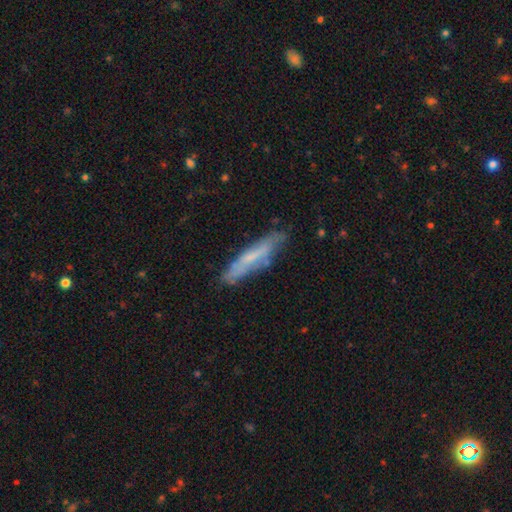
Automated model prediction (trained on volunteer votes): smooth 46% (tied), featured or disk 46% (tied), star or artifact 8%. Down the decision tree: merging — none (75%).